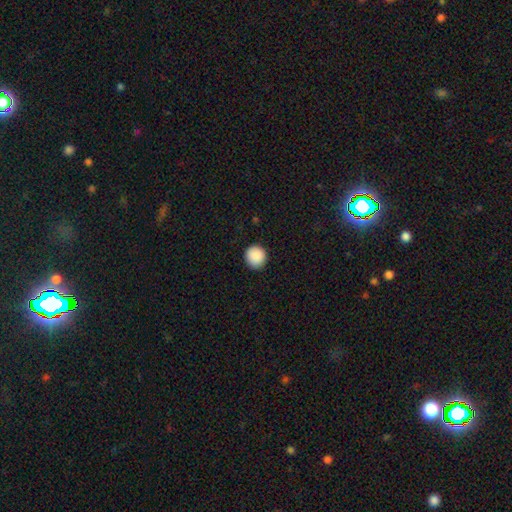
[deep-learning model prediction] Q: Smooth or featured?
A: smooth (90%); runner-up: star or artifact (8%)
Q: How rounded?
A: round (93%); runner-up: in between (6%)
Q: Merging?
A: none (92%); runner-up: minor disturbance (5%)